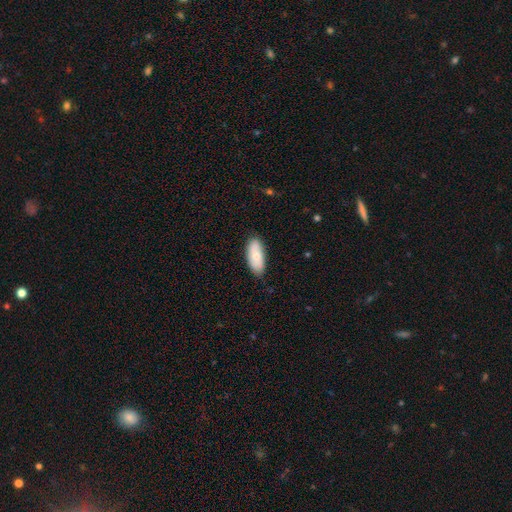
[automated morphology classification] A smooth galaxy with no disk features (77%) that is in between round and cigar-shaped (86%).

Vote fractions:
- Smooth or featured? smooth: 77% / featured or disk: 17% / star or artifact: 6%
- How rounded? in between: 86% / cigar-shaped: 12% / round: 2%
- Merging? none: 81% / minor disturbance: 16% / major disturbance: 2% / merger: 1%